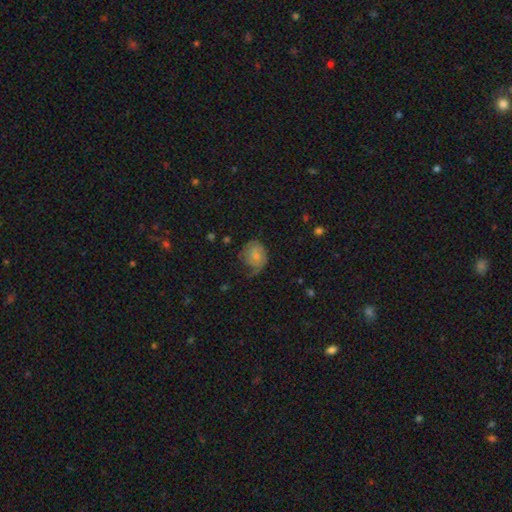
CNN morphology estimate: This is possibly a smooth galaxy (56%). How rounded: likely round (62%). Merging: marginally none (39%).